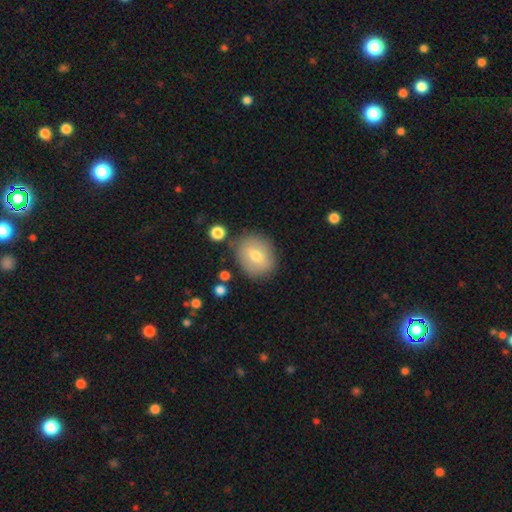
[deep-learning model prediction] This is likely a smooth galaxy (68%). How rounded: possibly round (58%). Merging: likely none (79%).